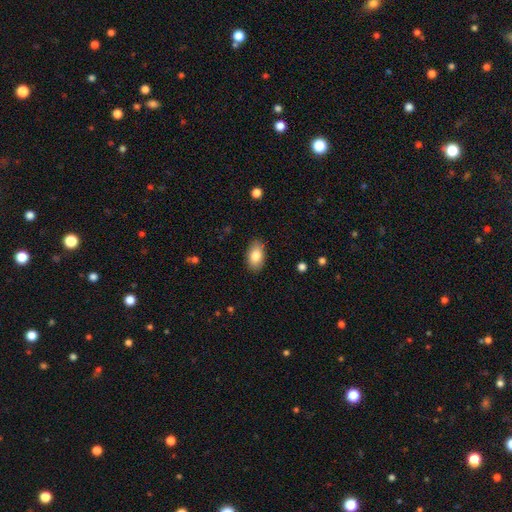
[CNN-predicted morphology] The model was most divided on "smooth or featured": smooth: 84%, featured or disk: 9%, star or artifact: 7%. More confident: how rounded — in between (92%); merging — none (87%).